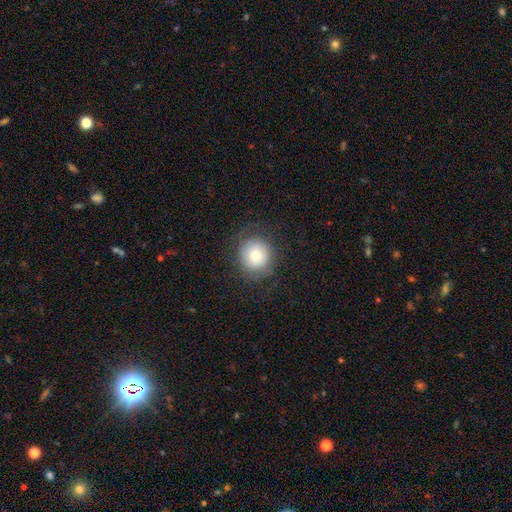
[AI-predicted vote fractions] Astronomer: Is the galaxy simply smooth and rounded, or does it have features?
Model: smooth — 76%.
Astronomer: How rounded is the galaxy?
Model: round — 89%.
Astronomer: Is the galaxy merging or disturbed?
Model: none — 79%.